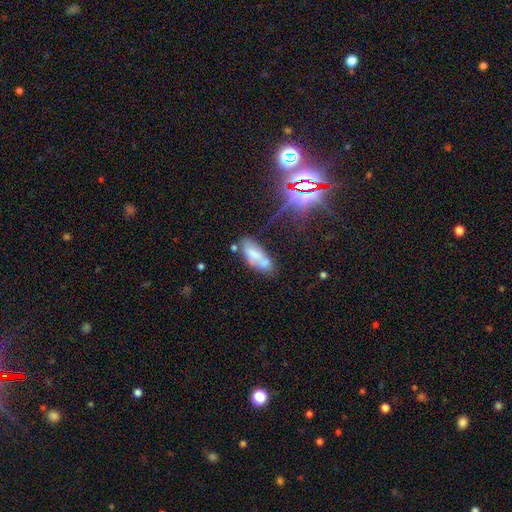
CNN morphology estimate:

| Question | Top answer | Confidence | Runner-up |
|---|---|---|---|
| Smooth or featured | smooth | 60% | featured or disk (27%) |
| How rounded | in between | 79% | cigar-shaped (19%) |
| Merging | none | 43% | merger (26%) |